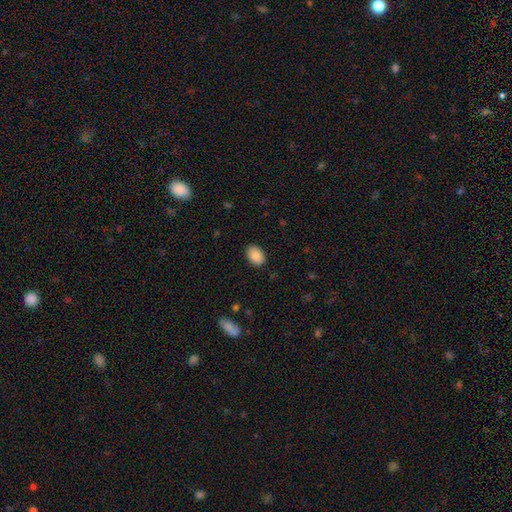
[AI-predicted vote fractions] A smooth galaxy with no disk features (87%) that is in between round and cigar-shaped (86%). Merging: none (87%).